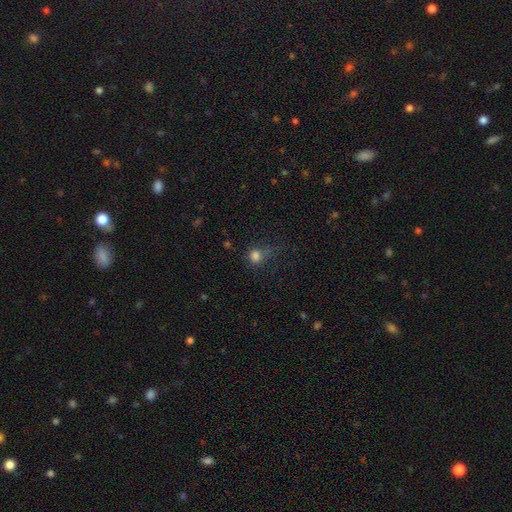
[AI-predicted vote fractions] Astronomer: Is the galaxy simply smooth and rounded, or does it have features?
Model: smooth — 78%.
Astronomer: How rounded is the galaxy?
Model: round — 83%.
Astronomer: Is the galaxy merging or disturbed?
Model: none — 59%.